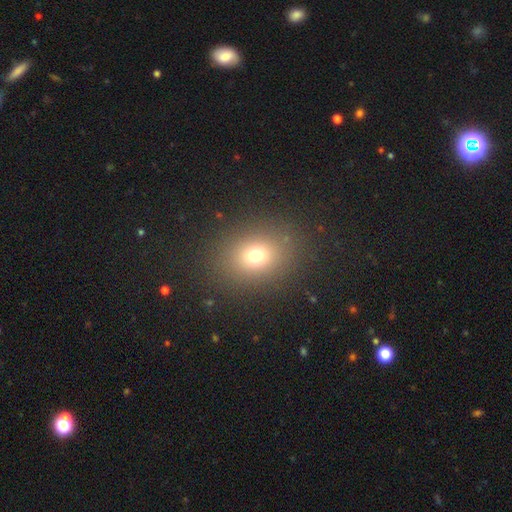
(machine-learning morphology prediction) This is likely a smooth galaxy (70%). How rounded: possibly round (57%). Merging: clearly none (85%).